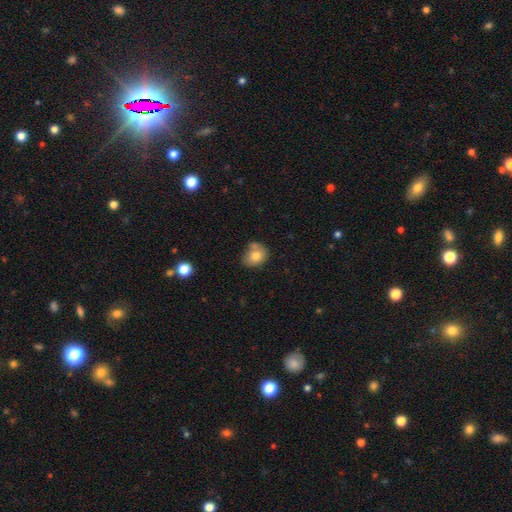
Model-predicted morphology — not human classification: Smooth or featured? Predicted: smooth (p=0.78). How rounded? Predicted: round (p=0.56). Merging? Predicted: none (p=0.53).